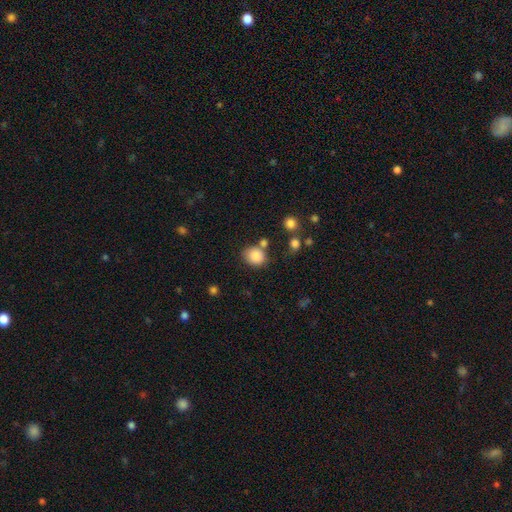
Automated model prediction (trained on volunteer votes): Smooth or featured: smooth — 85% (star or artifact — 9%)
How rounded: round — 63% (in between — 36%)
Merging: none — 69% (minor disturbance — 15%)